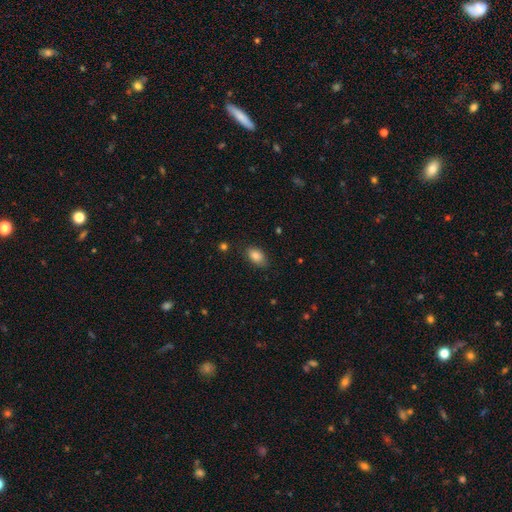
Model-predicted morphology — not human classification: This appears to be a smooth galaxy with no disk features (85%) that is in between round and cigar-shaped (89%). Merging: none (80%).